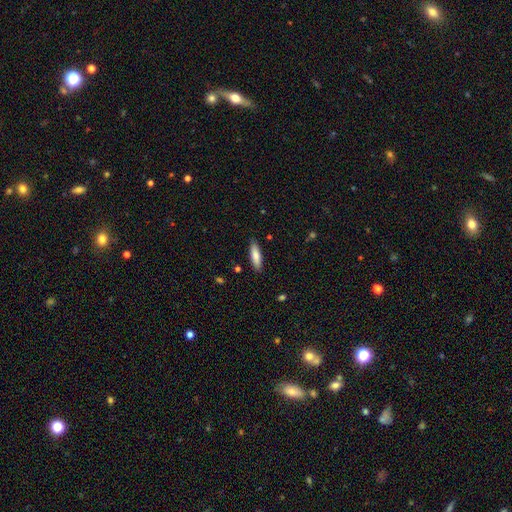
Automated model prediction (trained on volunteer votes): Morphology: type=smooth (80%); roundness=cigar-shaped (63%); merging=none (88%).